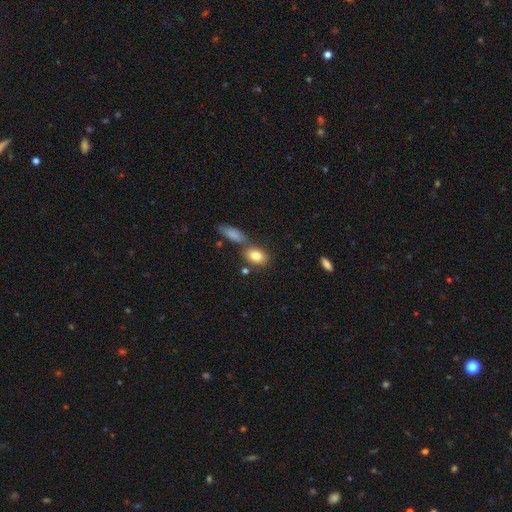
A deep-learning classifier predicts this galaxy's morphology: This appears to be a smooth galaxy with no disk features (81%) that is in between round and cigar-shaped (80%). Merging: none (59%).